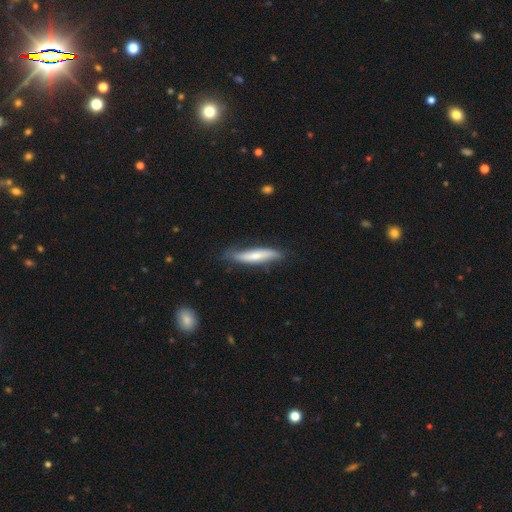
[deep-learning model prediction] The model was most divided on "smooth or featured": smooth: 55%, featured or disk: 39%, star or artifact: 6%. More confident: how rounded — cigar-shaped (84%); merging — none (66%).